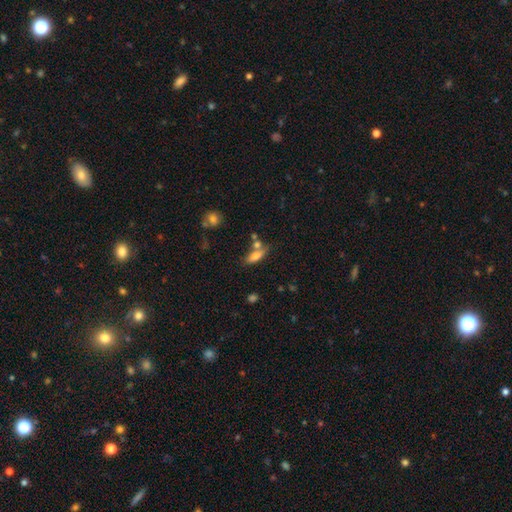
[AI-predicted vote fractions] This is likely a smooth galaxy (73%). How rounded: likely in between (66%). Merging: possibly none (56%).